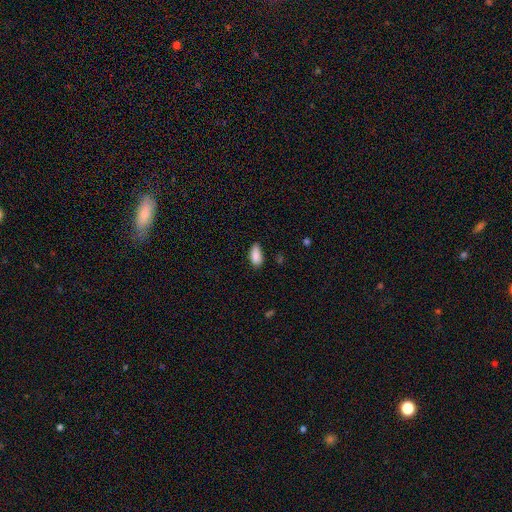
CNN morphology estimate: The model was most divided on "merging": none: 75%, minor disturbance: 21%, major disturbance: 3%, merger: 1%. More confident: how rounded — in between (90%); smooth or featured — smooth (89%).